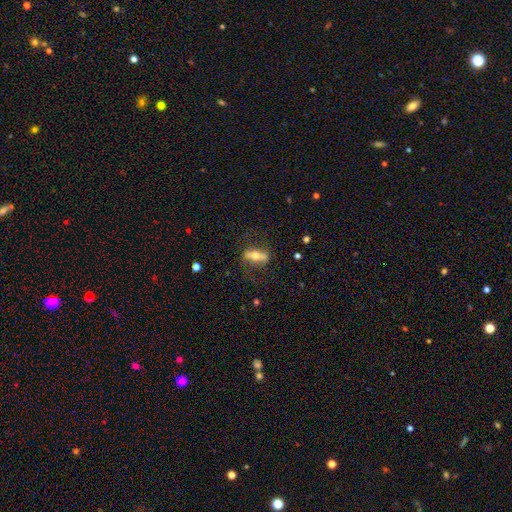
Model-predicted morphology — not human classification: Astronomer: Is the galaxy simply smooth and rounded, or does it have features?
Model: featured or disk — 54% (runner-up: smooth, 39%).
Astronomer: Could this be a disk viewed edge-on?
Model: yes — 64%.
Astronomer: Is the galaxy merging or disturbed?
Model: none — 73%.